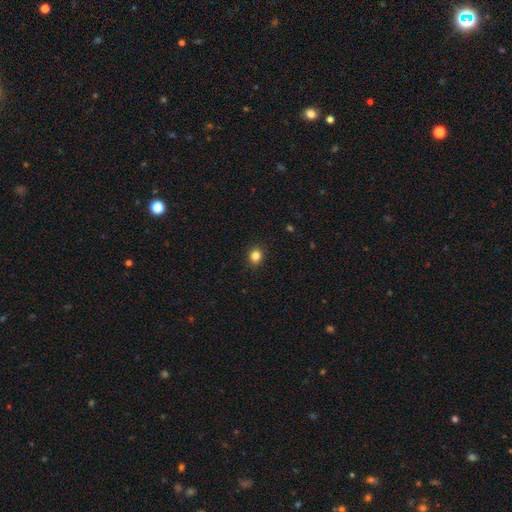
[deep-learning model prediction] Smooth or featured? Predicted: smooth (p=0.84). How rounded? Predicted: round (p=0.74). Merging? Predicted: none (p=0.90).